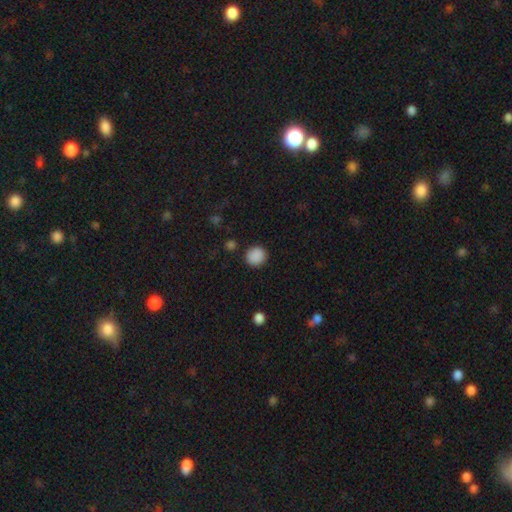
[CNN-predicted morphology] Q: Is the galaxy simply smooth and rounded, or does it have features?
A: smooth — 88%.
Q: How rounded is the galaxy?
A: round — 90%.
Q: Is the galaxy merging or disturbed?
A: none — 88%.